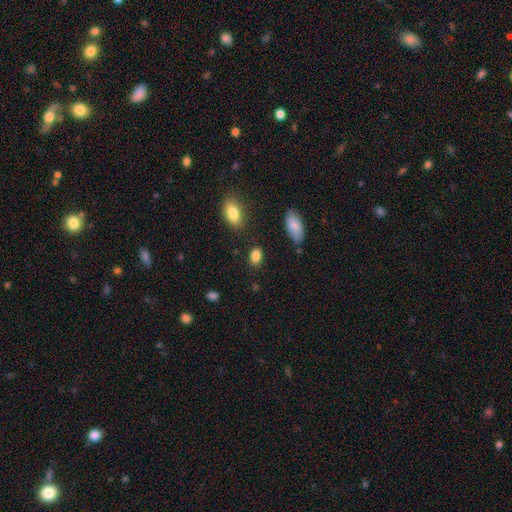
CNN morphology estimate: The model was most divided on "merging": none: 82%, minor disturbance: 12%, major disturbance: 3%, merger: 3%. More confident: smooth or featured — smooth (87%); how rounded — in between (86%).